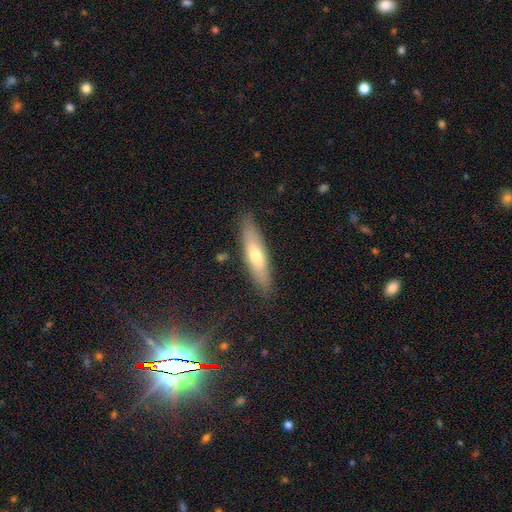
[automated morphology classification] This appears to be a smooth galaxy with no disk features (53%) that is cigar-shaped (69%). Merging: none (86%).